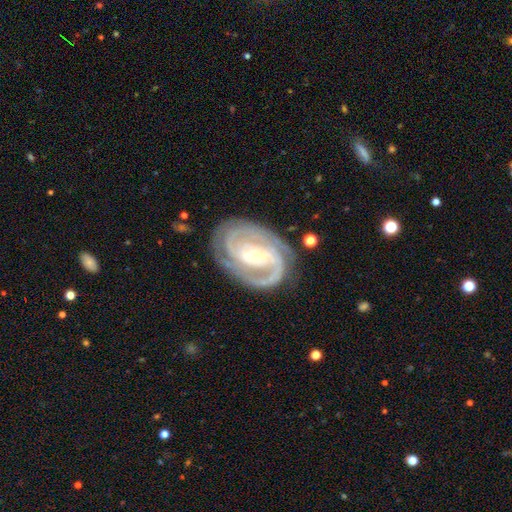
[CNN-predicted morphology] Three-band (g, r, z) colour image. It shows a featured or disk galaxy (92%) with a strong bar (43%), 2 (60%) tight (61%) spiral arms (98%) and a small central bulge (51%). Merging: none (78%).